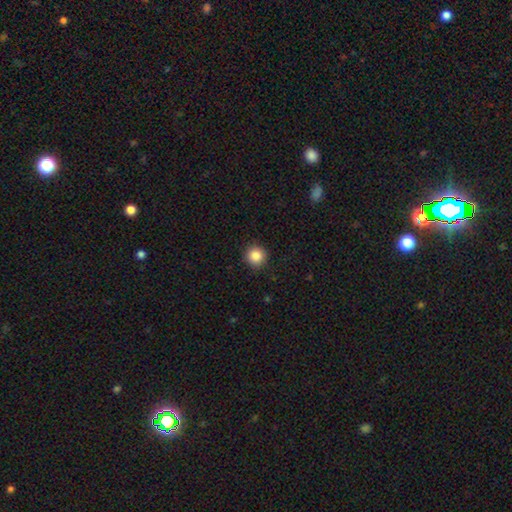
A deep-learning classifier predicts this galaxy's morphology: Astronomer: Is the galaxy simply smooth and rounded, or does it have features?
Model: smooth — 86%.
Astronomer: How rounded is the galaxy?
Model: round — 94%.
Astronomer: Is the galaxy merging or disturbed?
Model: none — 91%.